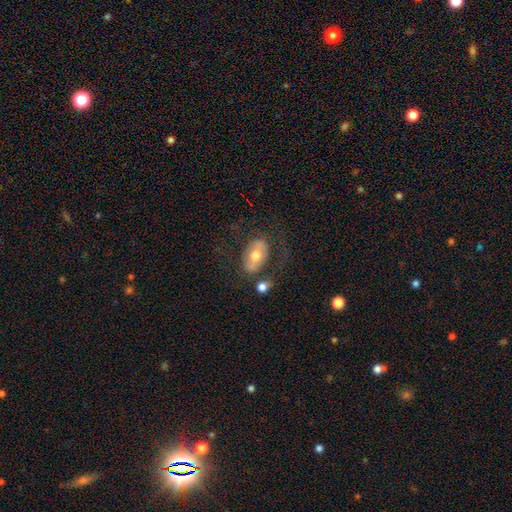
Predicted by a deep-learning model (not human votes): Morphology: type=smooth (47%); merging=none (61%).